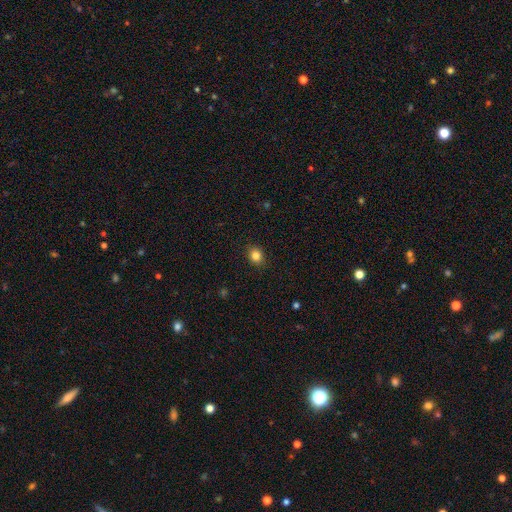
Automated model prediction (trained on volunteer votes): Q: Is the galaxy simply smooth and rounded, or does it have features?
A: smooth — 83%.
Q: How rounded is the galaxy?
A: round — 63%.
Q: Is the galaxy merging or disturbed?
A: none — 90%.